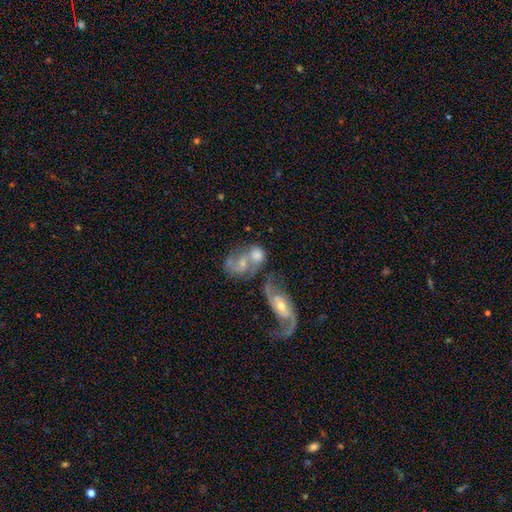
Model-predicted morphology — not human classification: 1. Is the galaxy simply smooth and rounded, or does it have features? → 47% featured or disk, 43% smooth, 10% star or artifact.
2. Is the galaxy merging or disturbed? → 64% merger, 19% none, 9% major disturbance, 9% minor disturbance.